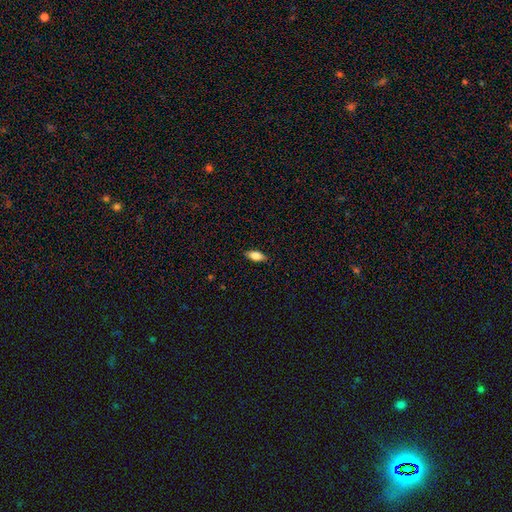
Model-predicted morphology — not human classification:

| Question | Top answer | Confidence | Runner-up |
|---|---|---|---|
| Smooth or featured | smooth | 78% | featured or disk (15%) |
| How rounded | in between | 82% | cigar-shaped (15%) |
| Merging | none | 88% | minor disturbance (10%) |